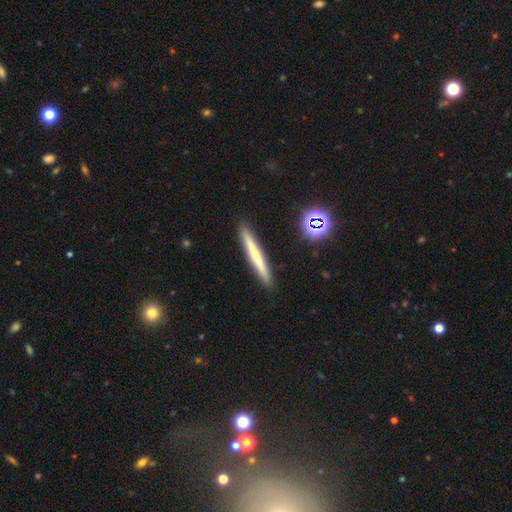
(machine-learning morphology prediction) A smooth galaxy with no disk features (55%) that is cigar-shaped (97%). Merging: none (92%).